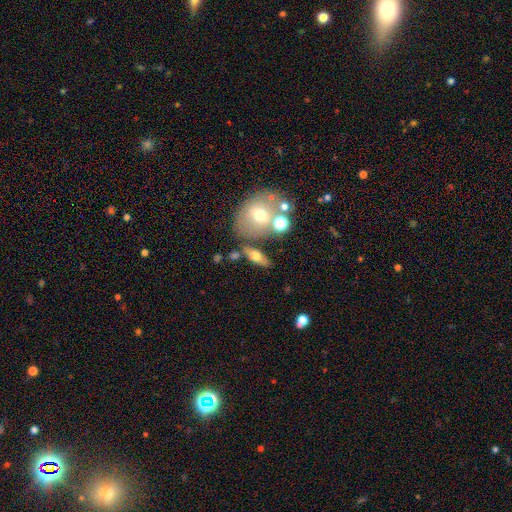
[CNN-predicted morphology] smooth_or_featured: smooth (p=0.55) [alt: featured or disk p=0.35]
how_rounded: in between (p=0.61) [alt: cigar-shaped p=0.27]
merging: none (p=0.67) [alt: merger p=0.15]